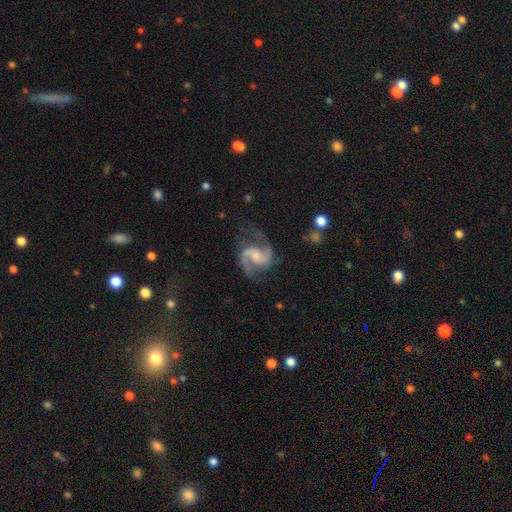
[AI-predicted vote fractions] smooth_or_featured: featured or disk (p=0.91) [alt: star or artifact p=0.04]
disk_edge_on: no (p=0.98) [alt: yes p=0.02]
bar: weak (p=0.45) [alt: no p=0.42]
has_spiral_arms: yes (p=0.98) [alt: no p=0.02]
spiral_winding: medium (p=0.58) [alt: loose p=0.30]
spiral_arm_count: 2 (p=0.93) [alt: can't tell p=0.02]
bulge_size: small (p=0.36) [alt: moderate p=0.31]
merging: none (p=0.70) [alt: minor disturbance p=0.17]